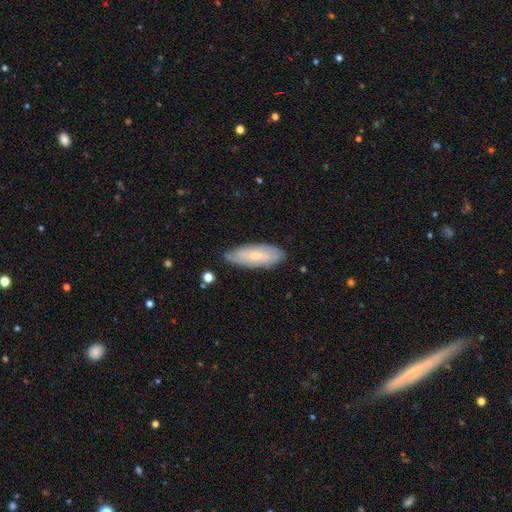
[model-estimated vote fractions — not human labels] Smooth or featured: smooth — 53% (featured or disk — 40%)
How rounded: in between — 69% (cigar-shaped — 29%)
Merging: none — 80% (minor disturbance — 16%)